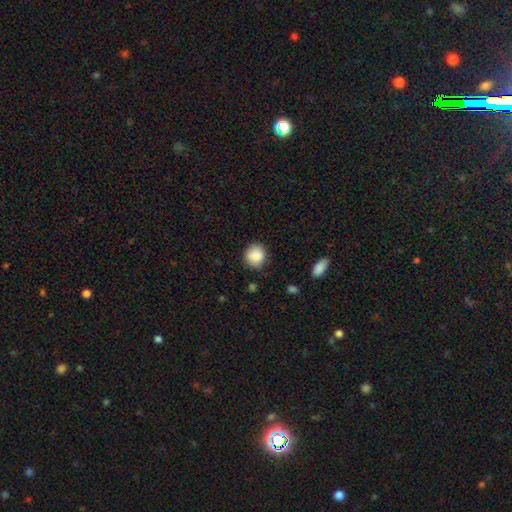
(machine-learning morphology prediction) Smooth or featured?
  - smooth: 88% *
  - star or artifact: 8%
  - featured or disk: 4%
How rounded?
  - round: 80% *
  - in between: 19%
  - cigar-shaped: 1%
Merging?
  - none: 82% *
  - minor disturbance: 14%
  - major disturbance: 3%
  - merger: 1%